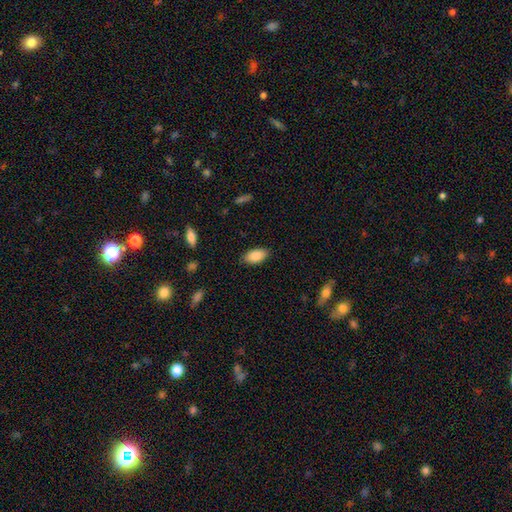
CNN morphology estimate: A smooth galaxy with no disk features (87%) that is in between round and cigar-shaped (93%). Merging: none (86%).